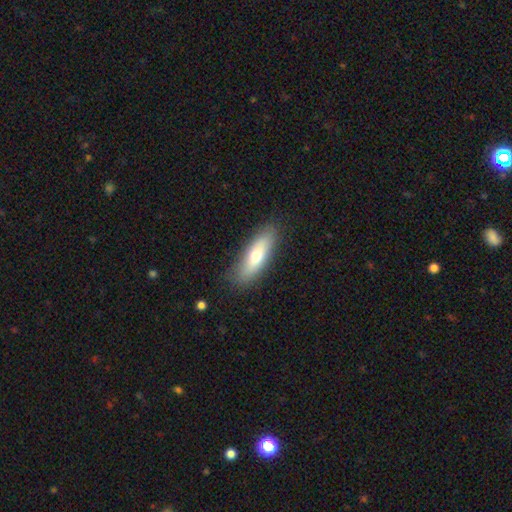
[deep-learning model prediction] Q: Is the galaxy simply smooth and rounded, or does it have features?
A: smooth — 65%.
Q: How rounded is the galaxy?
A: cigar-shaped — 49%.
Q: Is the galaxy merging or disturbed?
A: none — 85%.